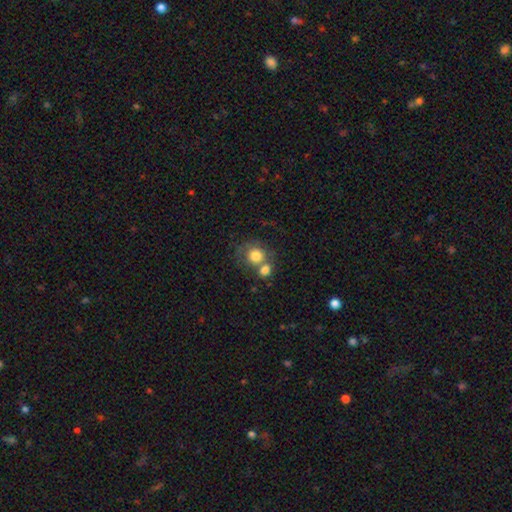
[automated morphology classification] Smooth or featured: smooth — 77% (featured or disk — 14%)
How rounded: round — 82% (in between — 17%)
Merging: merger — 48% (none — 35%)